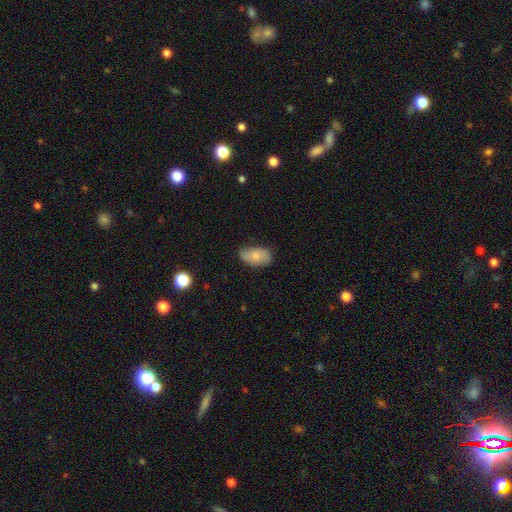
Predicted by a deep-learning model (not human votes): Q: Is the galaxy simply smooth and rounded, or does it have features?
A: smooth — 66%.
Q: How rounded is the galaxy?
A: in between — 92%.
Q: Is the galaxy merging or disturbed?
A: none — 73%.